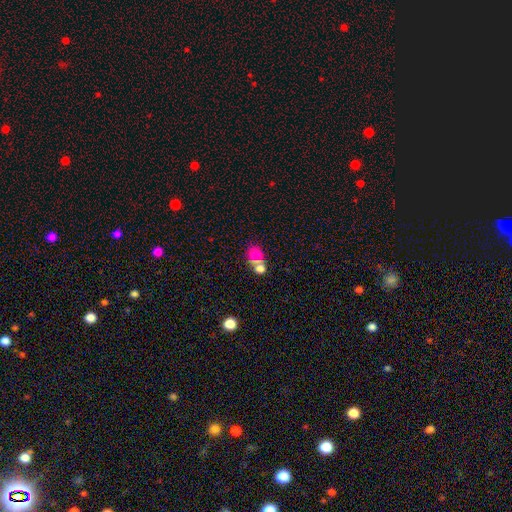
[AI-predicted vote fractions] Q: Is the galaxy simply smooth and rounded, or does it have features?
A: smooth — 67%.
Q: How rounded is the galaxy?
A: in between — 52%.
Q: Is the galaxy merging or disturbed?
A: none — 54%.